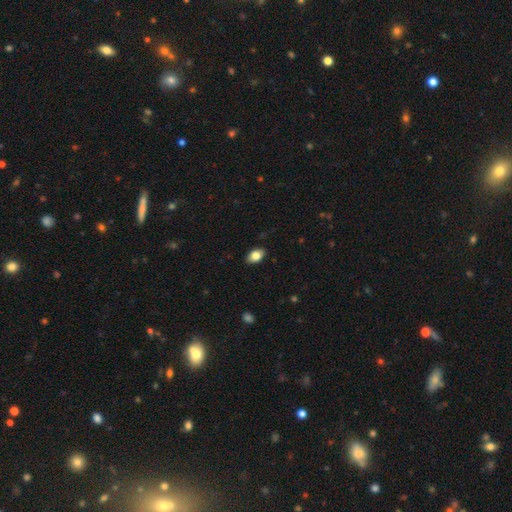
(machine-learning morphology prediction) Smooth or featured? smooth (81%)
How rounded? in between (89%)
Merging? none (88%)